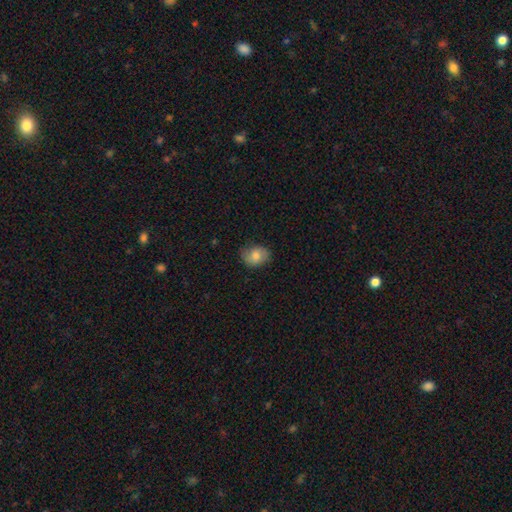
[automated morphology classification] Smooth or featured? Predicted: smooth (p=0.72). How rounded? Predicted: in between (p=0.57). Merging? Predicted: none (p=0.74).